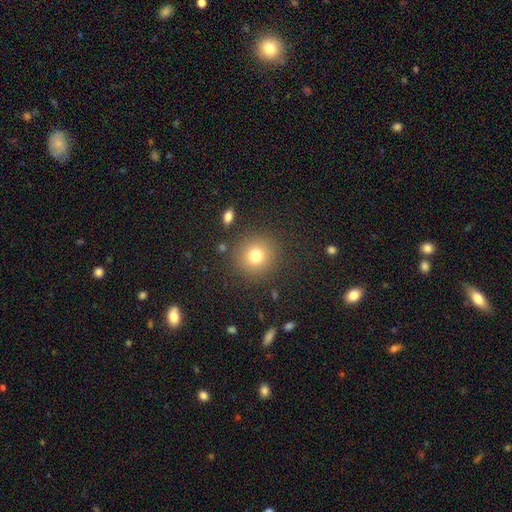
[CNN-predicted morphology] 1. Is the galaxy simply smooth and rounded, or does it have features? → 76% smooth, 14% star or artifact, 10% featured or disk.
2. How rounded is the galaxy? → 91% round, 8% in between, 1% cigar-shaped.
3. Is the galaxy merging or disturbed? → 87% none, 7% minor disturbance, 4% major disturbance, 2% merger.